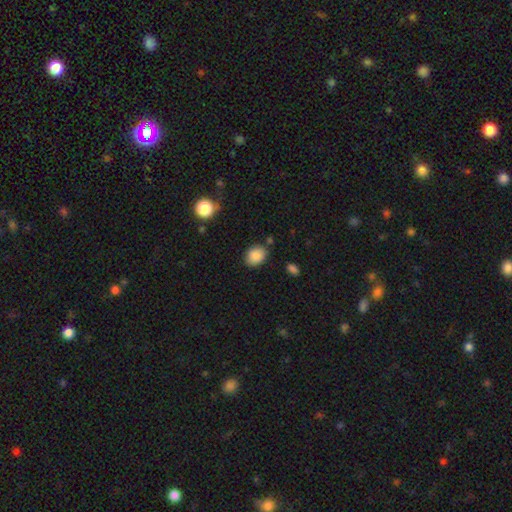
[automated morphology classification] type=smooth (87%); roundness=in between (59%); merging=none (80%).